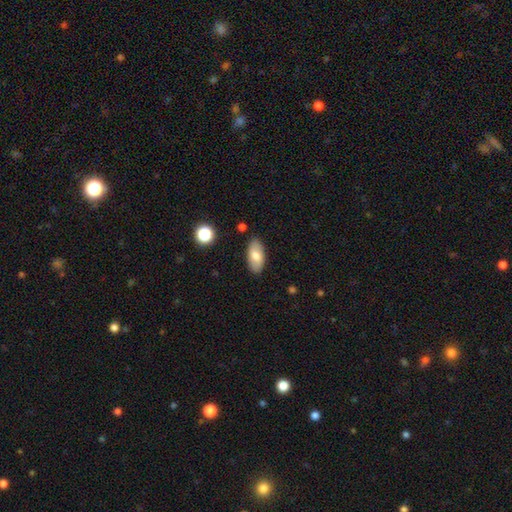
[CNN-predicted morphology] Smooth or featured? Predicted: smooth (p=0.75). How rounded? Predicted: in between (p=0.92). Merging? Predicted: none (p=0.86).